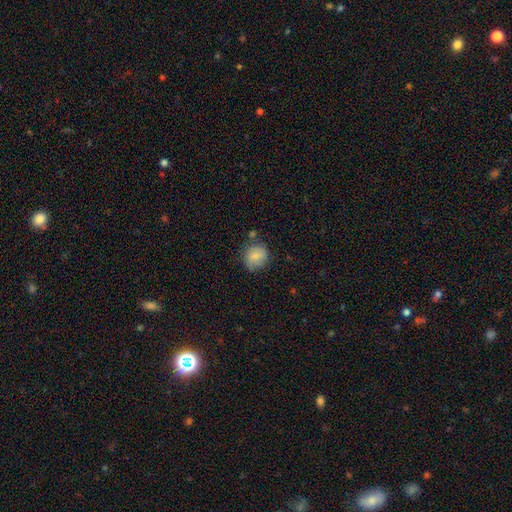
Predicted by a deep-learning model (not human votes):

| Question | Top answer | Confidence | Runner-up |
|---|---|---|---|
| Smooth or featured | smooth | 79% | featured or disk (13%) |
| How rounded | round | 81% | in between (18%) |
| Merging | none | 67% | minor disturbance (22%) |